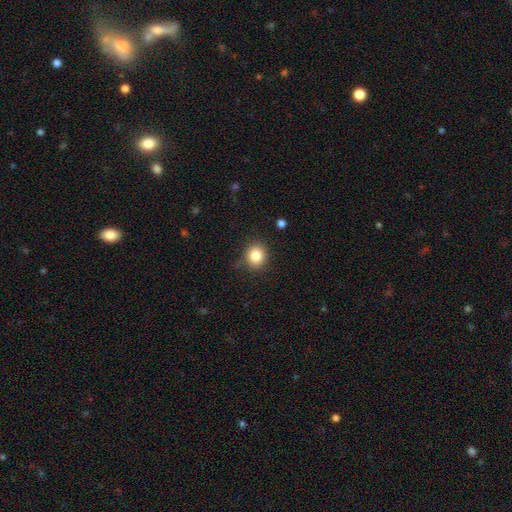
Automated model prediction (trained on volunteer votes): Morphology: type=smooth (84%); roundness=round (77%); merging=none (85%).